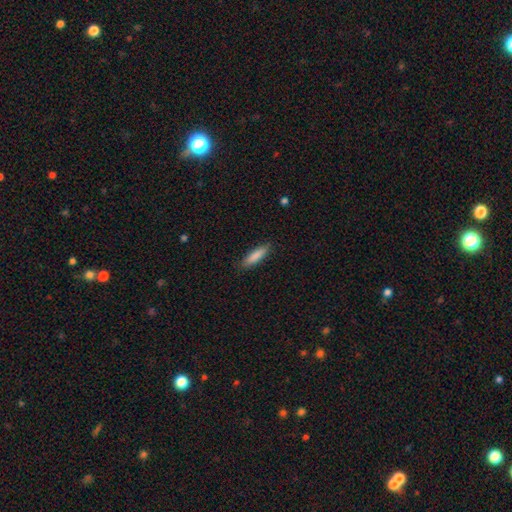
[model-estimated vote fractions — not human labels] A smooth galaxy with no disk features (86%) that is cigar-shaped (69%). Merging: none (86%).